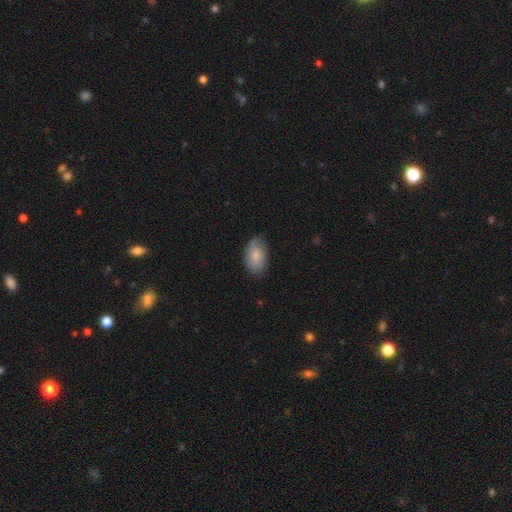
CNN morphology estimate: This appears to be a smooth galaxy with no disk features (72%) that is in between round and cigar-shaped (92%). Merging: none (73%).